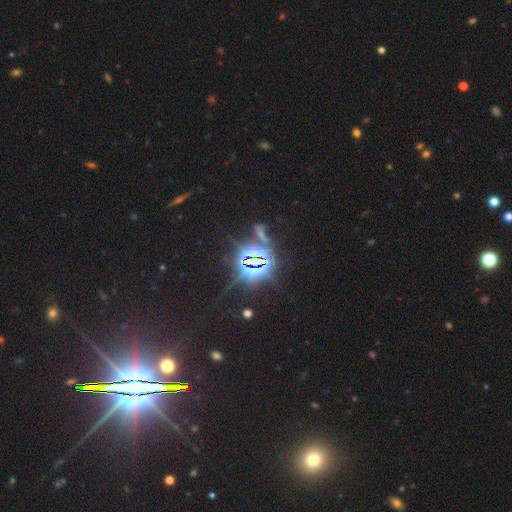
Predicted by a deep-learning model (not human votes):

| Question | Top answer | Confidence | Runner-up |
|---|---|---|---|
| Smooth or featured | star or artifact | 86% | featured or disk (7%) |